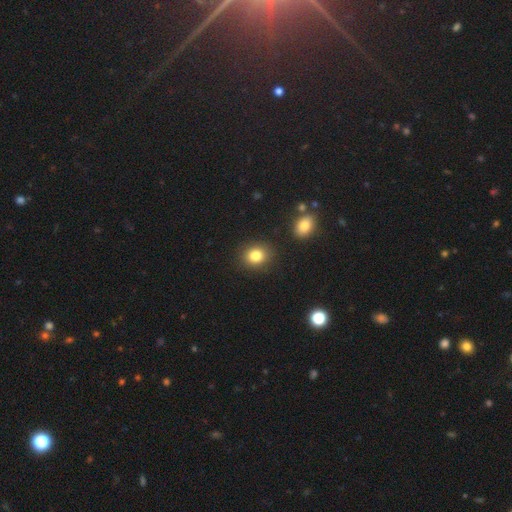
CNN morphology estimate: smooth_or_featured: smooth (p=0.83) [alt: star or artifact p=0.11]
how_rounded: round (p=0.70) [alt: in between p=0.29]
merging: none (p=0.87) [alt: minor disturbance p=0.08]